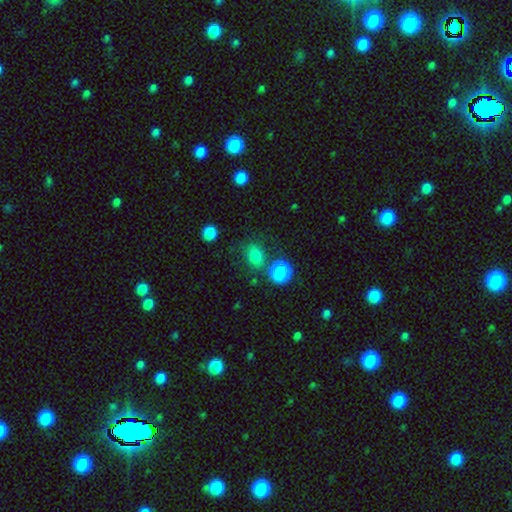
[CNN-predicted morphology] This appears to be a smooth galaxy with no disk features (77%) that is in between round and cigar-shaped (50%). Merging: none (70%).